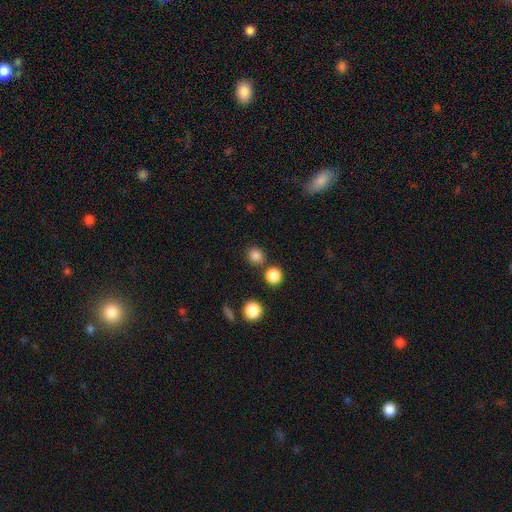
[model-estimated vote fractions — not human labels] Overall: smooth (82%). How rounded: round (90%). Merging: none (78%).